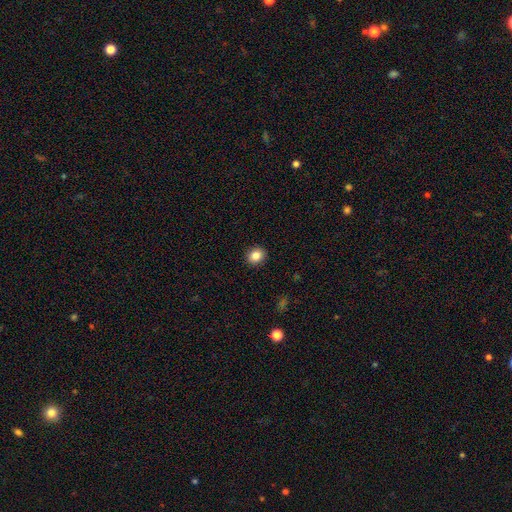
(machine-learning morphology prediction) A smooth galaxy with no disk features (85%) that is round (69%). Merging: none (91%).